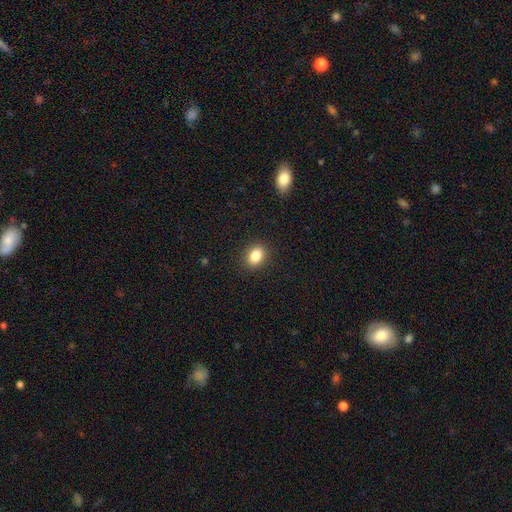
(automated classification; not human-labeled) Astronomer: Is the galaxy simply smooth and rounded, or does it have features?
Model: smooth — 85%.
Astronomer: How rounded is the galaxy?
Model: in between — 72%.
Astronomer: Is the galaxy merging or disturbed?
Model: none — 89%.